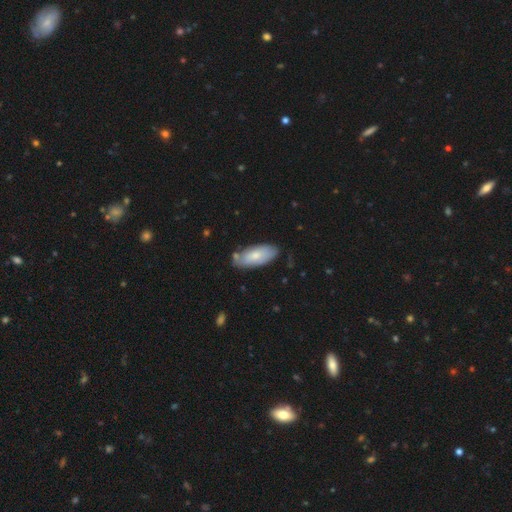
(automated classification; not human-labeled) This is likely a smooth galaxy (69%). How rounded: clearly in between (86%). Merging: likely none (72%).